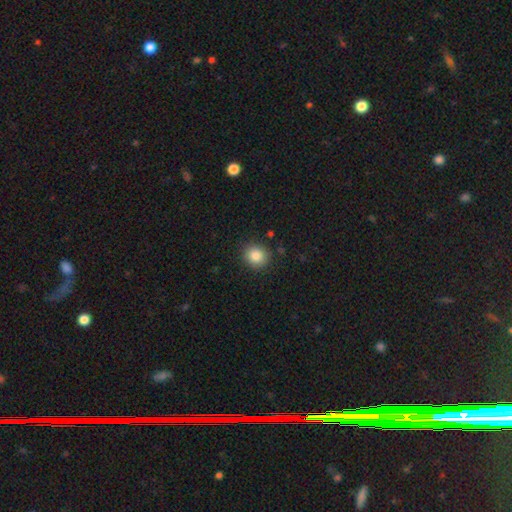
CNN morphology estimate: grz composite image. It shows a smooth galaxy with no disk features (85%) that is round (87%). Merging: none (89%).